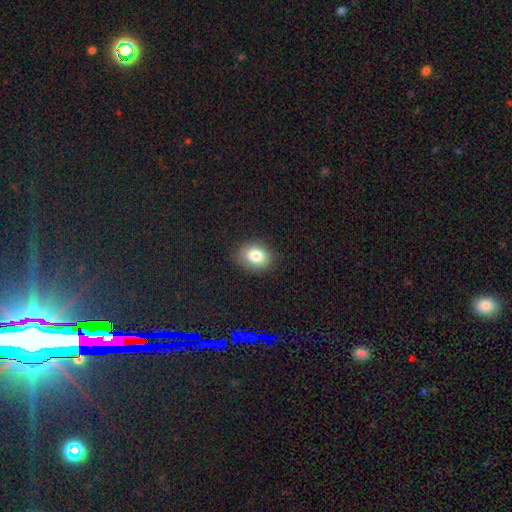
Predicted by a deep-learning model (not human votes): This is clearly a smooth galaxy (82%). How rounded: likely in between (65%). Merging: clearly none (83%).